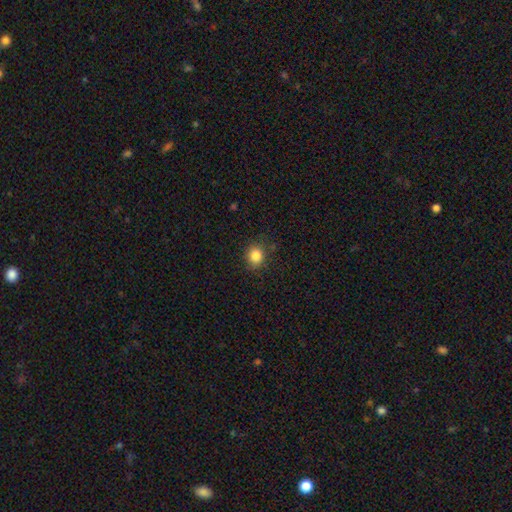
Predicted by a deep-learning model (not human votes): Smooth or featured? smooth (84%)
How rounded? round (75%)
Merging? none (85%)